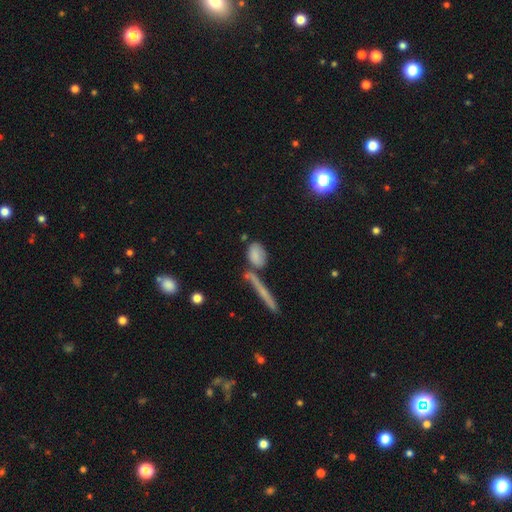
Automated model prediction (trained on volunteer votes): A smooth galaxy with no disk features (77%) that is in between round and cigar-shaped (72%).

Vote fractions:
- Smooth or featured? smooth: 77% / featured or disk: 15% / star or artifact: 8%
- How rounded? in between: 72% / round: 16% / cigar-shaped: 12%
- Merging? none: 49% / merger: 24% / minor disturbance: 18% / major disturbance: 9%